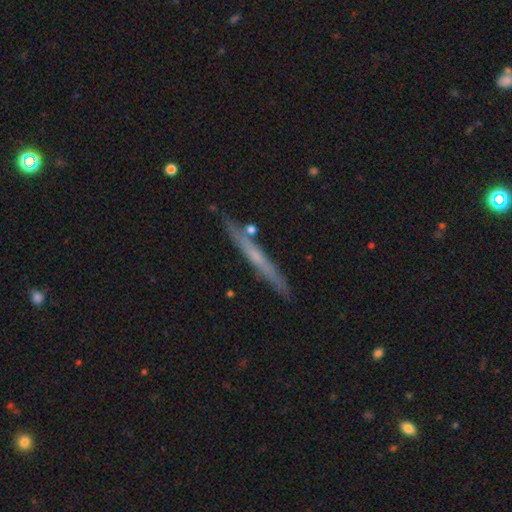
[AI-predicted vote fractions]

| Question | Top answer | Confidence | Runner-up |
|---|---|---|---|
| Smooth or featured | featured or disk | 57% | smooth (36%) |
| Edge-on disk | yes | 95% | no (5%) |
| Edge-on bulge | none | 72% | rounded (23%) |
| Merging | none | 85% | minor disturbance (10%) |